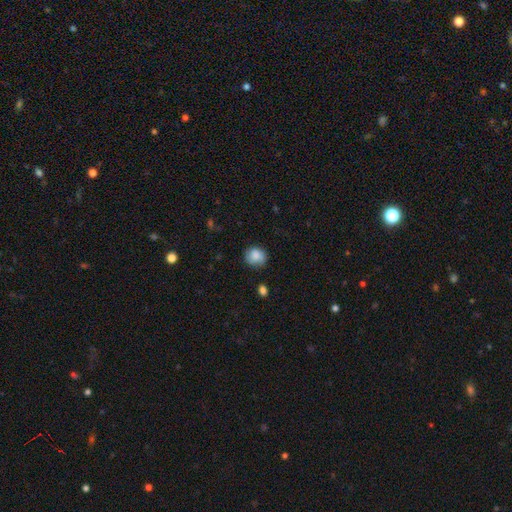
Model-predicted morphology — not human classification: smooth-or-featured: smooth: 84% | star or artifact: 8% | featured or disk: 8%
  how-rounded: round: 79% | in between: 20% | cigar-shaped: 1%
  merging: none: 76% | minor disturbance: 18% | major disturbance: 4% | merger: 2%